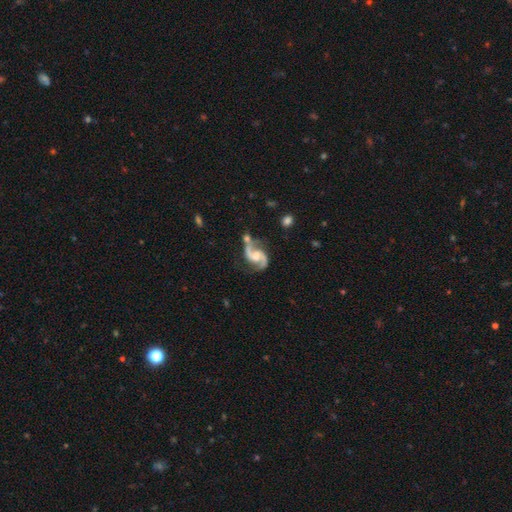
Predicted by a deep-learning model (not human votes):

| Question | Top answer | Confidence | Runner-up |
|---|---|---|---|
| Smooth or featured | featured or disk | 92% | star or artifact (4%) |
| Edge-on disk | no | 98% | yes (2%) |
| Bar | no | 48% | weak (40%) |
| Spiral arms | yes | 98% | no (2%) |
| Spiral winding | medium | 48% | loose (44%) |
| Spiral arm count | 2 | 94% | 1 (1%) |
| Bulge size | moderate | 46% | small (33%) |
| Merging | none | 61% | minor disturbance (18%) |